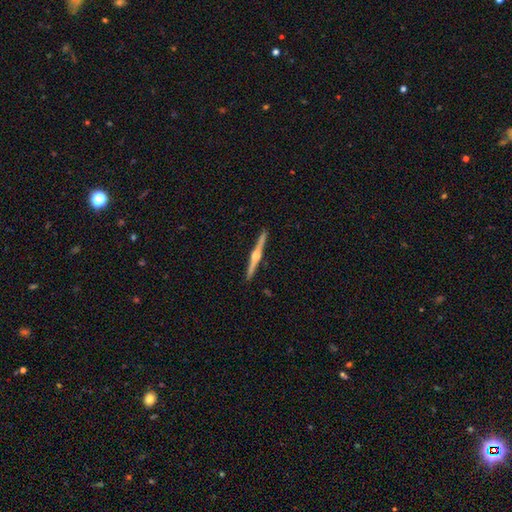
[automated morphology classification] Smooth or featured?
  - featured or disk: 84% *
  - smooth: 11%
  - star or artifact: 5%
Edge-on disk?
  - yes: 99% *
  - no: 1%
Edge-on bulge?
  - rounded: 94% *
  - boxy: 4%
  - none: 2%
Merging?
  - none: 93% *
  - minor disturbance: 5%
  - major disturbance: 1%
  - merger: 1%